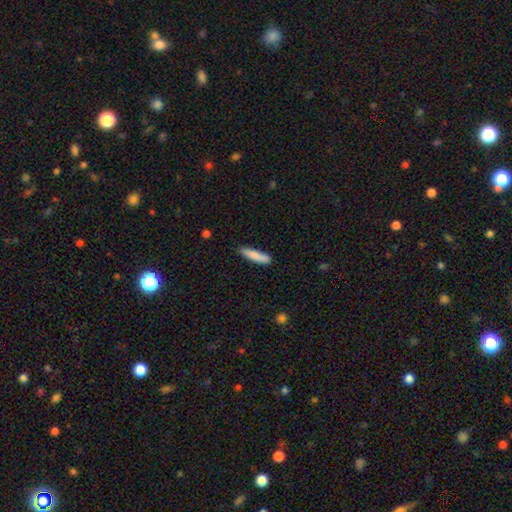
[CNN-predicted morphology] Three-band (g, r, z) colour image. It shows a smooth galaxy with no disk features (85%) that is cigar-shaped (82%). Merging: none (82%).